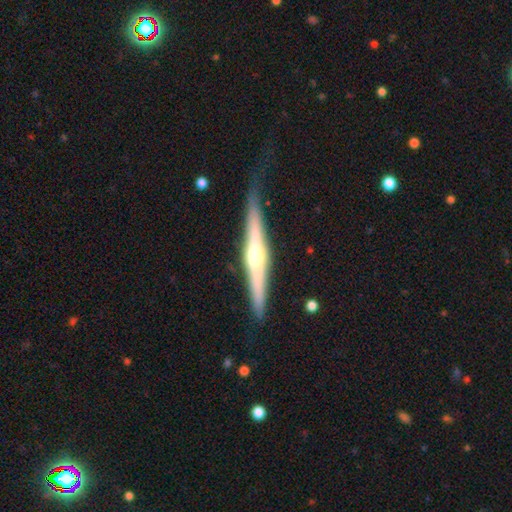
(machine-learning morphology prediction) type=featured or disk (70%); edge-on=yes (96%); edge-on bulge=rounded (82%); merging=none (71%).